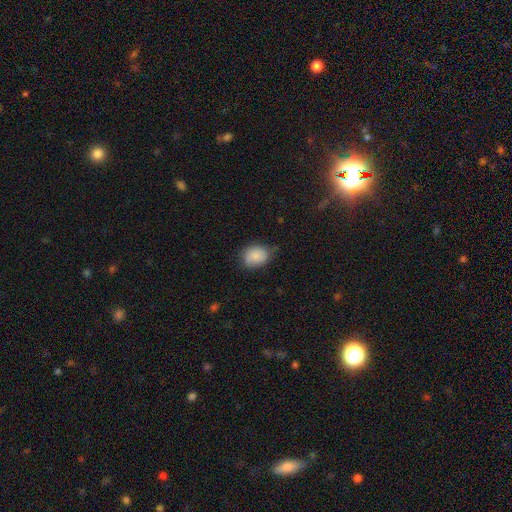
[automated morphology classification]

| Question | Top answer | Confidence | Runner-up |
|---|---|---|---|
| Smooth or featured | smooth | 86% | star or artifact (7%) |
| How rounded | in between | 56% | round (43%) |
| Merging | none | 65% | minor disturbance (28%) |